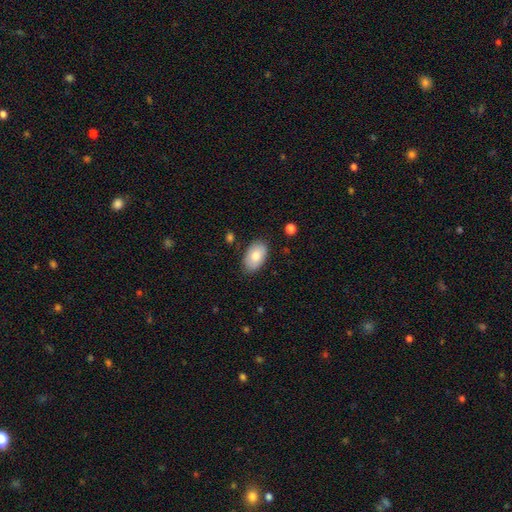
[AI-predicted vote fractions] Morphology: type=smooth (80%); roundness=in between (93%); merging=none (83%).